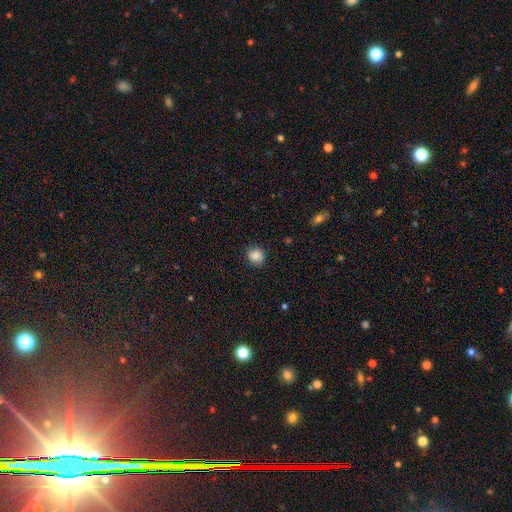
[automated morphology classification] smooth 86%, star or artifact 9%, featured or disk 5%. Down the decision tree: how rounded — round (73%); merging — none (82%).